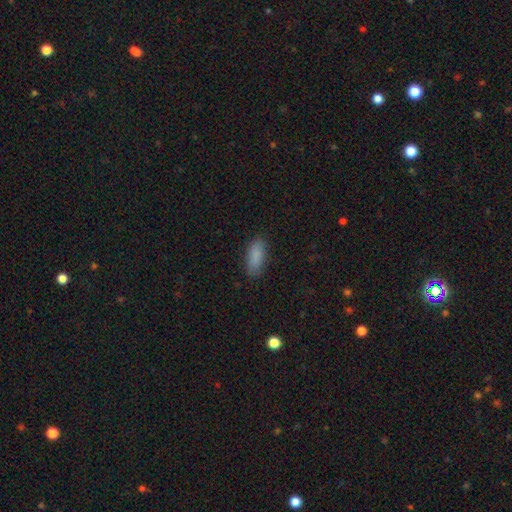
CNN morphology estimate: Smooth or featured?
  - smooth: 87% *
  - star or artifact: 8%
  - featured or disk: 5%
How rounded?
  - in between: 77% *
  - cigar-shaped: 21%
  - round: 2%
Merging?
  - none: 83% *
  - minor disturbance: 13%
  - major disturbance: 3%
  - merger: 1%